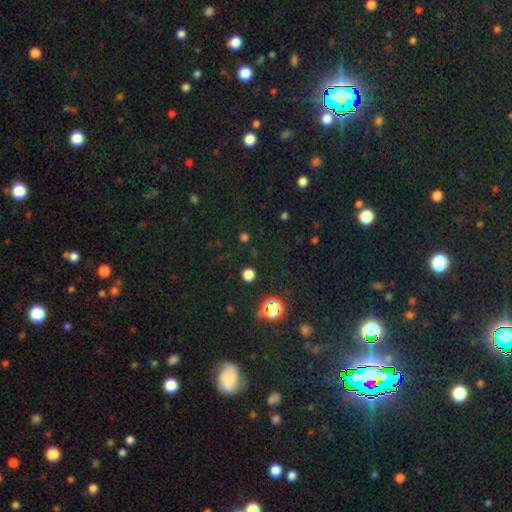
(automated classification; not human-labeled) Q: Smooth or featured?
A: star or artifact (79%); runner-up: smooth (14%)